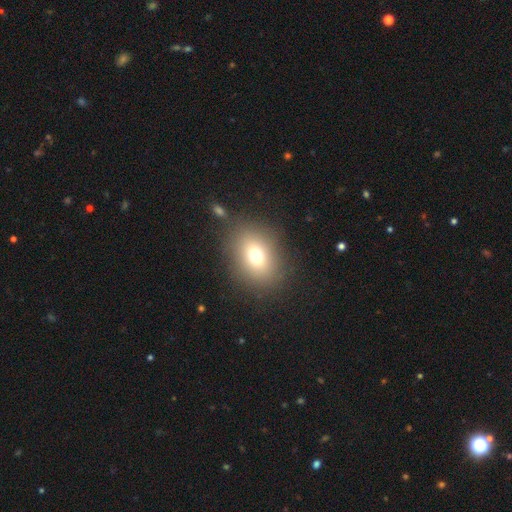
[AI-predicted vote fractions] Smooth or featured: smooth — 72% (star or artifact — 15%)
How rounded: in between — 56% (round — 43%)
Merging: none — 81% (minor disturbance — 10%)